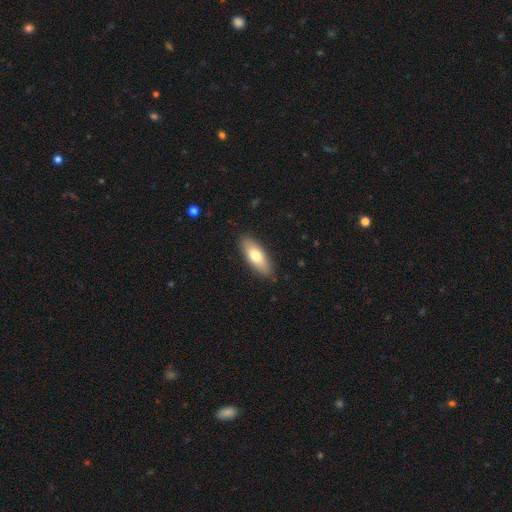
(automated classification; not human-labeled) This is likely a smooth galaxy (70%). How rounded: likely in between (69%). Merging: clearly none (86%).